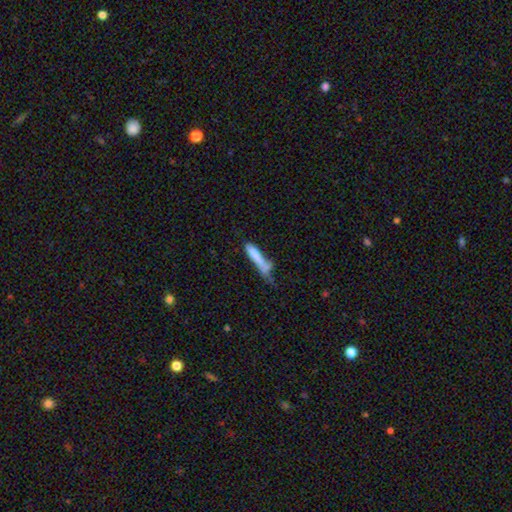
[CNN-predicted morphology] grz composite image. It shows a smooth galaxy with no disk features (67%) that is cigar-shaped (79%). Merging: merger (30%).